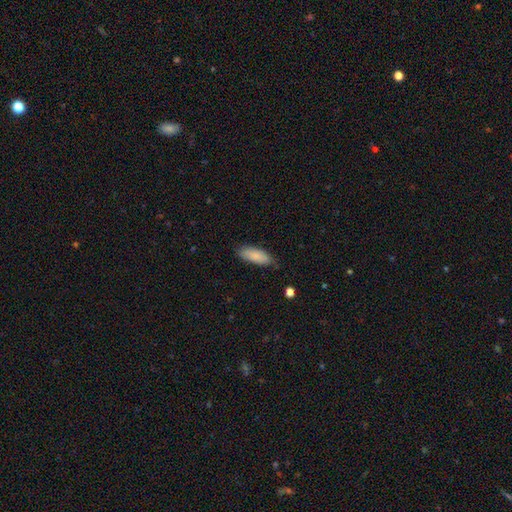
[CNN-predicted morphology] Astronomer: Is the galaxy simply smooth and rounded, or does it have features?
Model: smooth — 86%.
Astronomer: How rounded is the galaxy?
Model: in between — 72%.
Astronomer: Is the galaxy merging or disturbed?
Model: none — 79%.